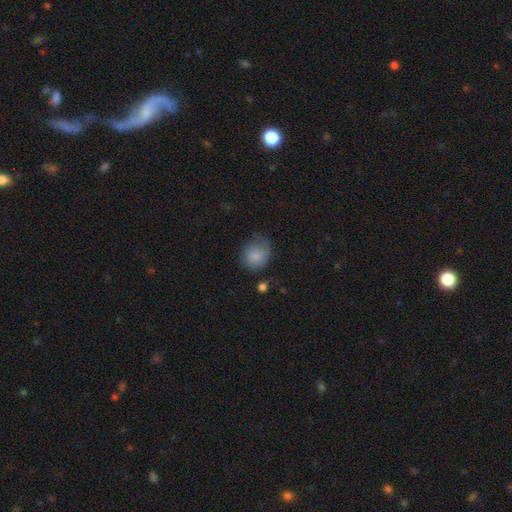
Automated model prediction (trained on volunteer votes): This appears to be a smooth galaxy with no disk features (78%) that is round (71%). Merging: none (51%).